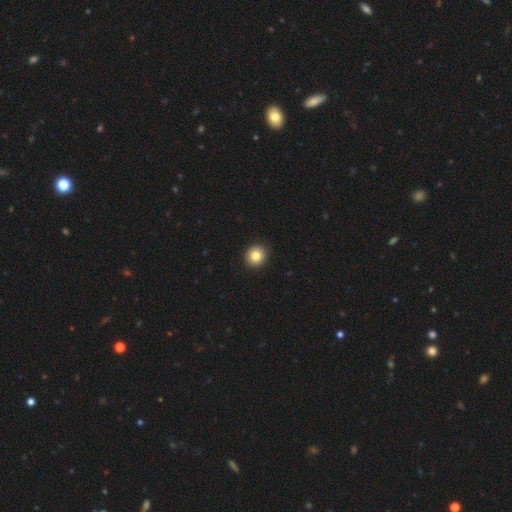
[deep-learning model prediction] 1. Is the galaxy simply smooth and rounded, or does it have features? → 83% smooth, 10% star or artifact, 7% featured or disk.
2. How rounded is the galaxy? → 90% round, 10% in between, 1% cigar-shaped.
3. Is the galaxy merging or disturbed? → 93% none, 5% minor disturbance, 1% major disturbance, 1% merger.